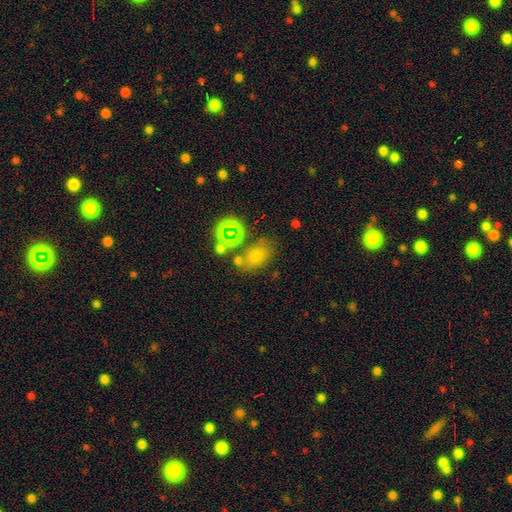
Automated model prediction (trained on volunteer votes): Q: Smooth or featured?
A: smooth (54%); runner-up: star or artifact (33%)
Q: How rounded?
A: in between (69%); runner-up: round (29%)
Q: Merging?
A: none (63%); runner-up: minor disturbance (15%)